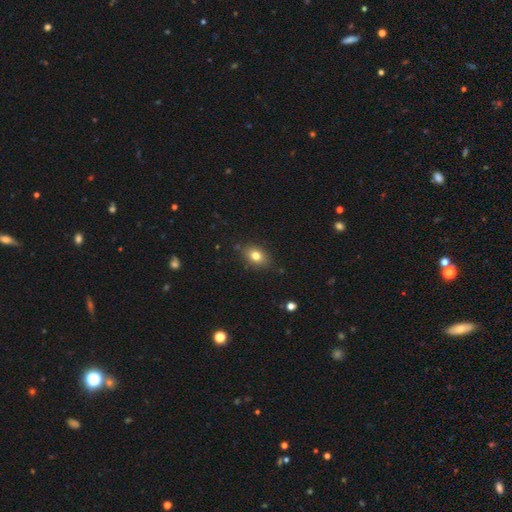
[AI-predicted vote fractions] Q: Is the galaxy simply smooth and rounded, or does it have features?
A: smooth — 78%.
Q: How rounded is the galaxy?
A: in between — 72%.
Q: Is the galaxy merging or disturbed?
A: none — 83%.